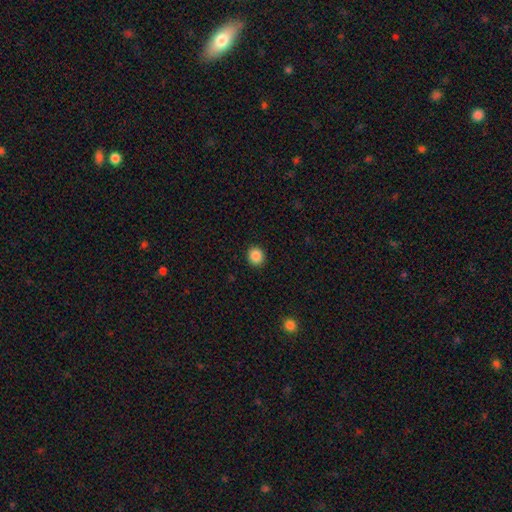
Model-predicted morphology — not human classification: Smooth or featured? smooth (87%)
How rounded? round (83%)
Merging? none (92%)